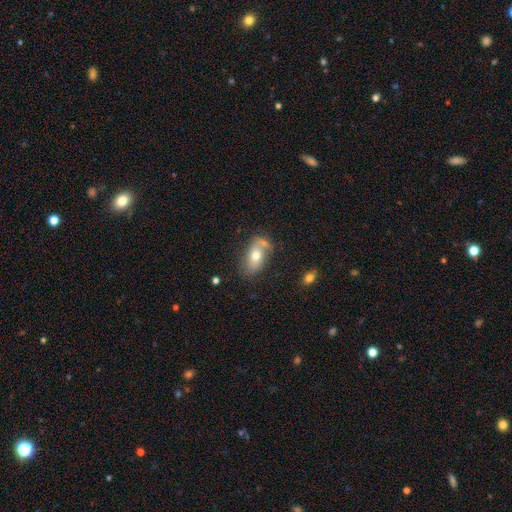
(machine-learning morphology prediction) A smooth galaxy with no disk features (65%) that is in between round and cigar-shaped (88%).

Vote fractions:
- Smooth or featured? smooth: 65% / featured or disk: 27% / star or artifact: 8%
- How rounded? in between: 88% / round: 8% / cigar-shaped: 4%
- Merging? none: 52% / minor disturbance: 20% / merger: 20% / major disturbance: 8%